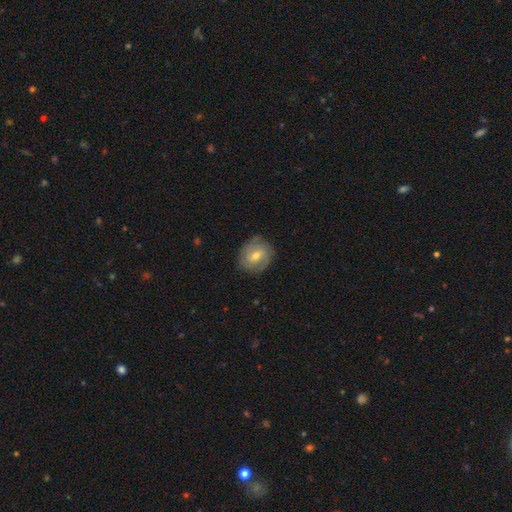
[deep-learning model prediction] Smooth or featured? featured or disk (56%)
Edge-on disk? no (97%)
Bar? no (47%)
Spiral arms? yes (83%)
Bulge size? moderate (58%)
Merging? none (77%)